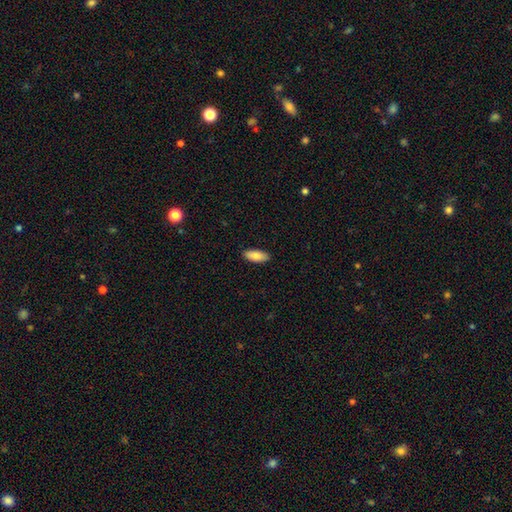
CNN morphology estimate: The model was most divided on "how rounded": in between: 84%, cigar-shaped: 14%, round: 2%. More confident: merging — none (89%); smooth or featured — smooth (87%).